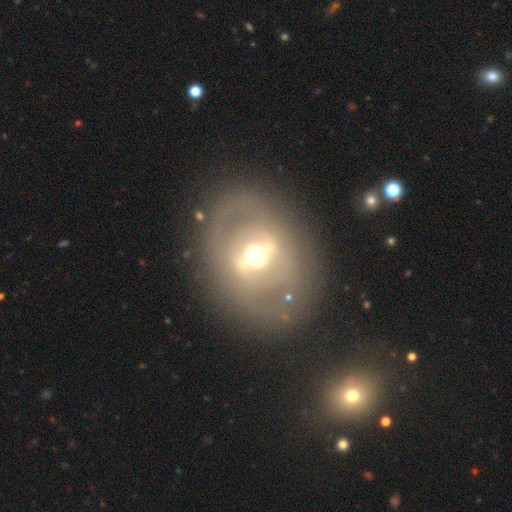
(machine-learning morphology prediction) smooth-or-featured: featured or disk: 69% | smooth: 23% | star or artifact: 8%
  disk-edge-on: no: 90% | yes: 10%
    bar: strong: 49% | weak: 32% | no: 19%
    has-spiral-arms: no: 75% | yes: 25%
    bulge-size: moderate: 67% | large: 16% | small: 14% | dominant: 2% | none: 1%
  merging: none: 75% | minor disturbance: 13% | major disturbance: 9% | merger: 2%